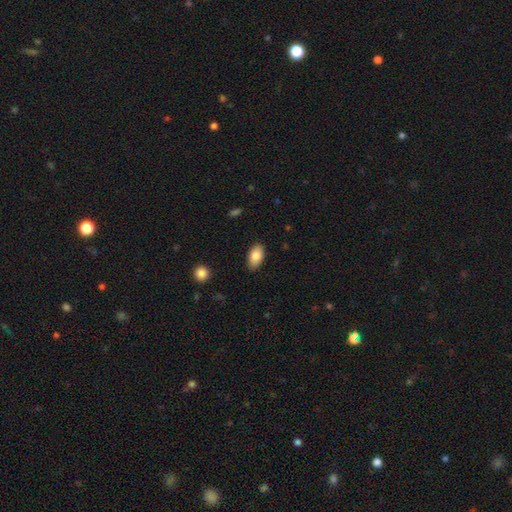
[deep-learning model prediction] Overall: smooth (82%). How rounded: in between (93%). Merging: none (87%).